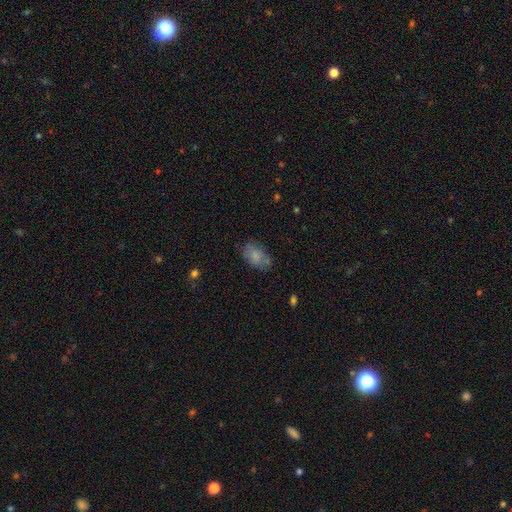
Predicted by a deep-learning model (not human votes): This is likely a smooth galaxy (77%). How rounded: clearly in between (91%). Merging: likely none (66%).